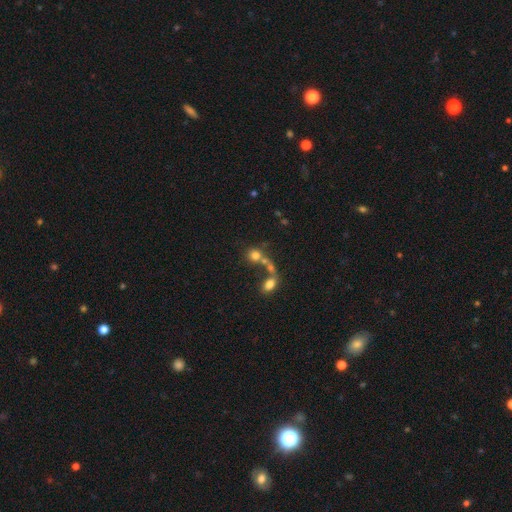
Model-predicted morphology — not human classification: A smooth galaxy with no disk features (73%) that is round (75%). Merging: merger (48%).